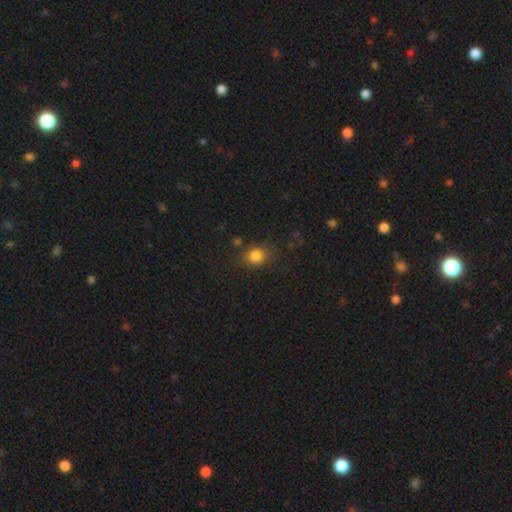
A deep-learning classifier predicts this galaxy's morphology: Smooth or featured?
  - smooth: 82% *
  - star or artifact: 12%
  - featured or disk: 6%
How rounded?
  - round: 59% *
  - in between: 40%
  - cigar-shaped: 1%
Merging?
  - none: 76% *
  - minor disturbance: 15%
  - major disturbance: 5%
  - merger: 3%